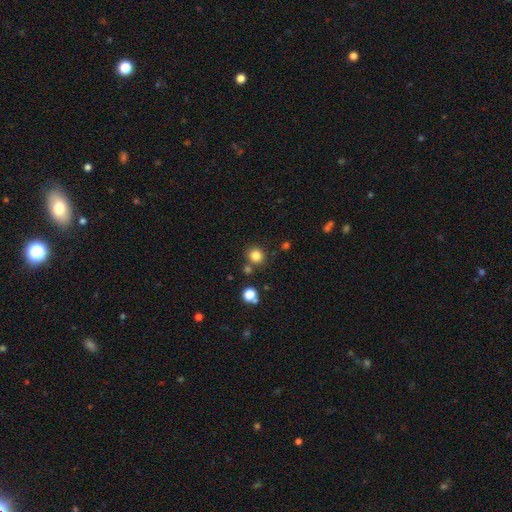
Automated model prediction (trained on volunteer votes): Morphology: type=smooth (82%); roundness=round (89%); merging=none (79%).